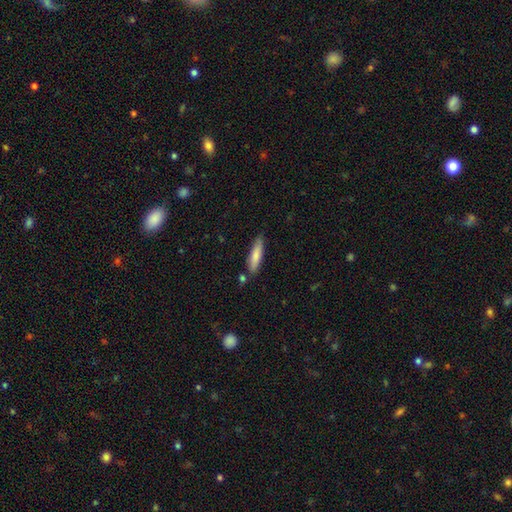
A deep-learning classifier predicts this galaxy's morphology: A smooth galaxy with no disk features (79%) that is cigar-shaped (72%). Merging: none (79%).